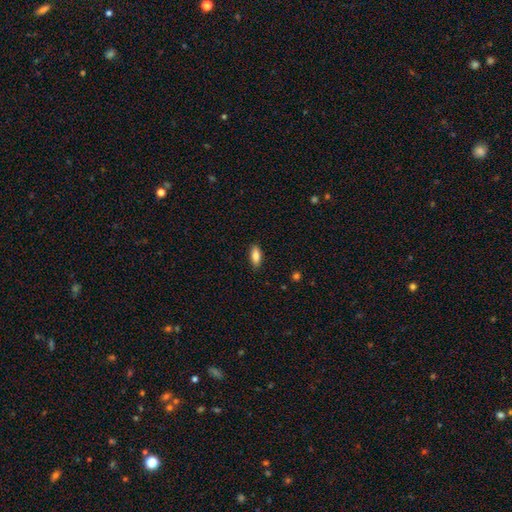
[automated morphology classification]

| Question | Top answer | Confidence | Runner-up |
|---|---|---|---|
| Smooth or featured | smooth | 84% | featured or disk (9%) |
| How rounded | in between | 82% | cigar-shaped (16%) |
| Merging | none | 88% | minor disturbance (9%) |